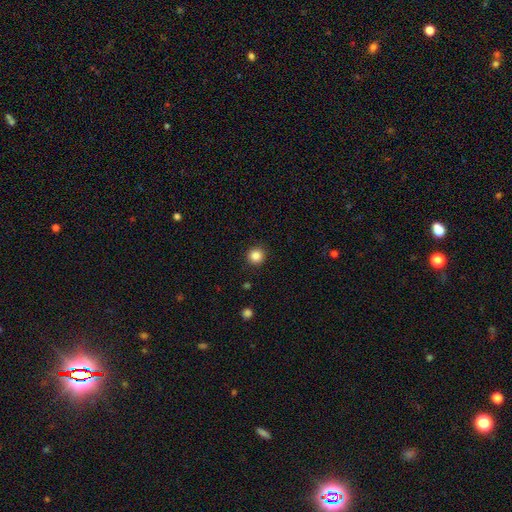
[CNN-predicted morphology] smooth-or-featured: smooth: 86% | star or artifact: 11% | featured or disk: 3%
  how-rounded: round: 95% | in between: 4% | cigar-shaped: 1%
  merging: none: 92% | minor disturbance: 5% | major disturbance: 2% | merger: 1%